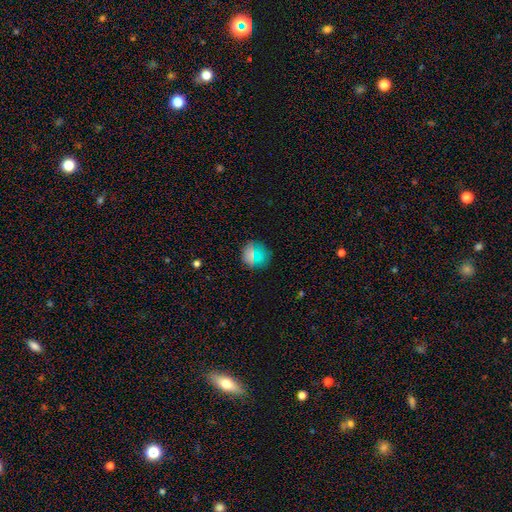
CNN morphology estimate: This appears to be a smooth galaxy with no disk features (71%) that is round (86%). Merging: none (84%).